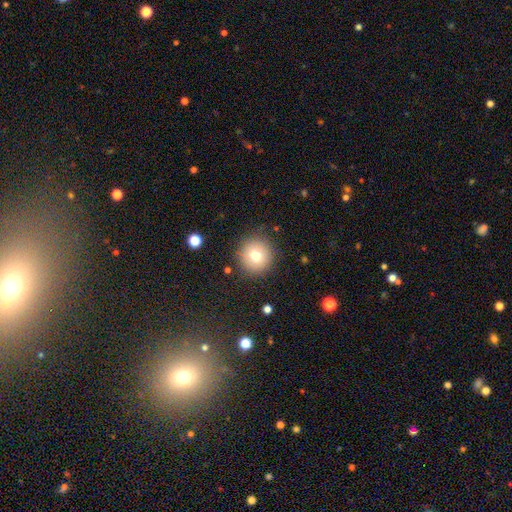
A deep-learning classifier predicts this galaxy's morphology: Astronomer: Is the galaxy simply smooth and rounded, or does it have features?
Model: smooth — 75%.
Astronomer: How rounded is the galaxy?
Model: round — 94%.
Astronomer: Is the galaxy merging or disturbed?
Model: none — 87%.